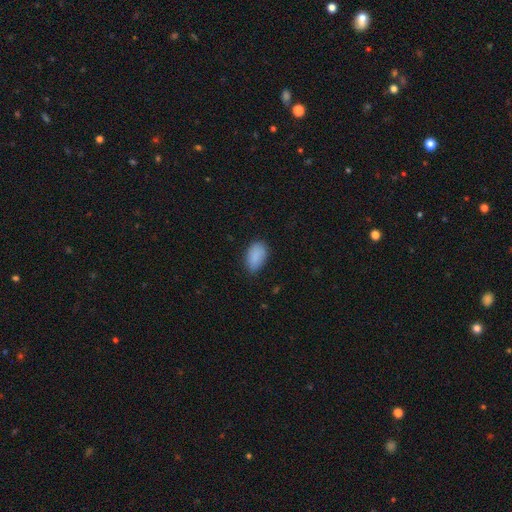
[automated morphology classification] Q: Smooth or featured?
A: smooth (89%); runner-up: star or artifact (7%)
Q: How rounded?
A: in between (92%); runner-up: round (6%)
Q: Merging?
A: none (76%); runner-up: minor disturbance (19%)